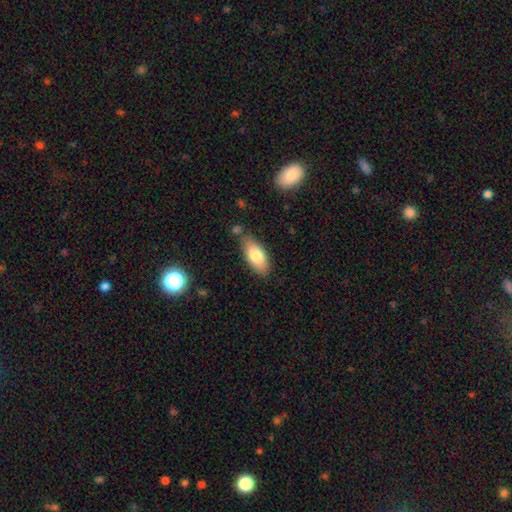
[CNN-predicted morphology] Q: Smooth or featured?
A: smooth (79%); runner-up: featured or disk (15%)
Q: How rounded?
A: in between (87%); runner-up: cigar-shaped (10%)
Q: Merging?
A: none (77%); runner-up: minor disturbance (15%)